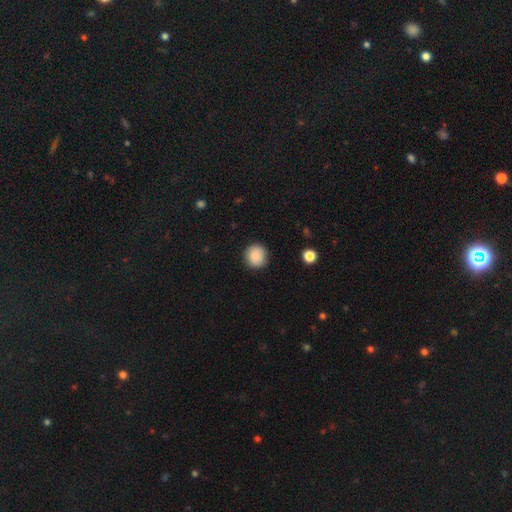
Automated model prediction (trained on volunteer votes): smooth 86%, star or artifact 8%, featured or disk 6%. Down the decision tree: how rounded — round (91%); merging — none (89%).